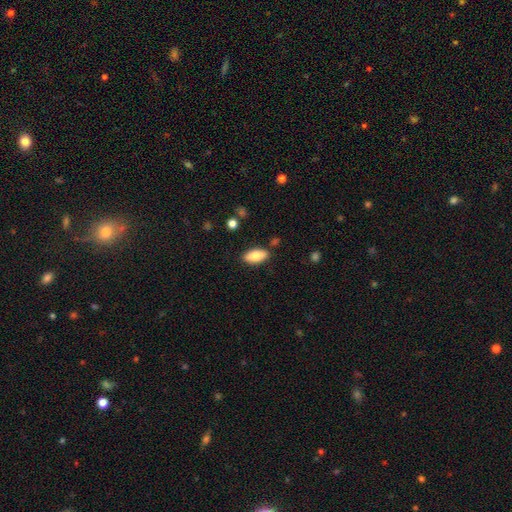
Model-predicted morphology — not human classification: The model was most divided on "smooth or featured": smooth: 81%, featured or disk: 13%, star or artifact: 6%. More confident: how rounded — in between (89%); merging — none (84%).